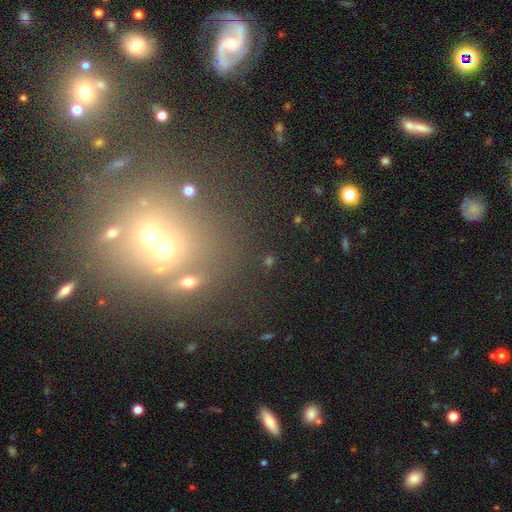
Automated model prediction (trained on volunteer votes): This is possibly a star or artifact rather than a galaxy (48%).